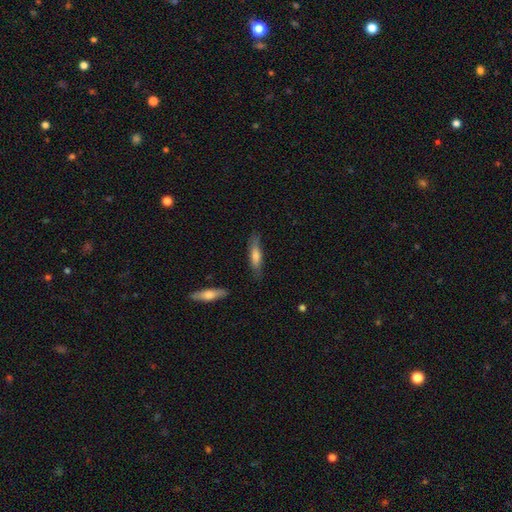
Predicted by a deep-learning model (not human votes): This appears to be a smooth galaxy with no disk features (63%) that is cigar-shaped (73%). Merging: none (77%).